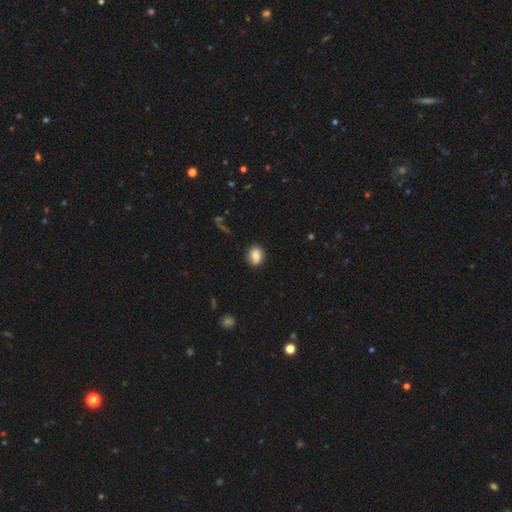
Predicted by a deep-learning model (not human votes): Smooth or featured? smooth (82%)
How rounded? round (50%)
Merging? none (84%)